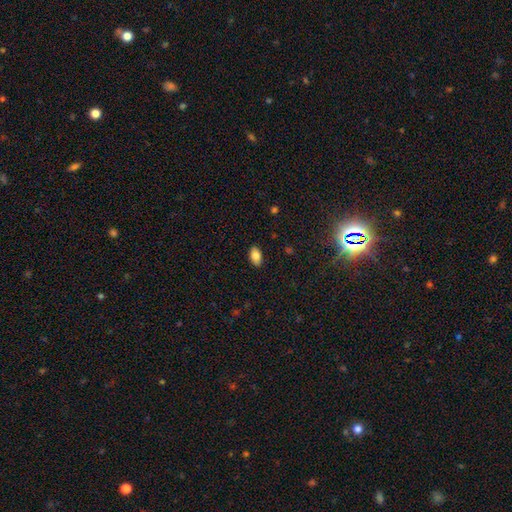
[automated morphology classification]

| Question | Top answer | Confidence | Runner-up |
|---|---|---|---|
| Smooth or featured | smooth | 83% | featured or disk (10%) |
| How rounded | in between | 92% | round (6%) |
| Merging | none | 89% | minor disturbance (9%) |